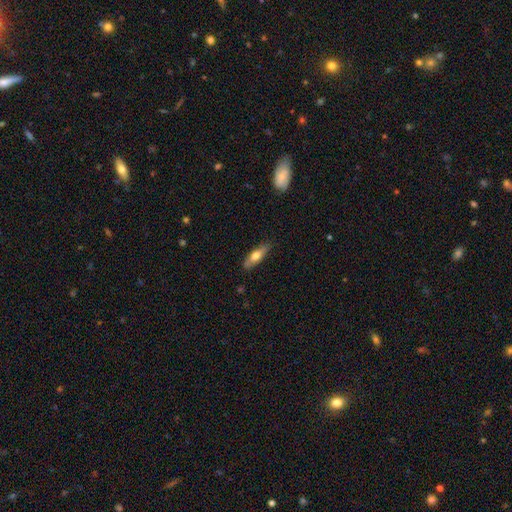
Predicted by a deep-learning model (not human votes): smooth_or_featured: smooth (p=0.60) [alt: featured or disk p=0.34]
how_rounded: cigar-shaped (p=0.54) [alt: in between p=0.43]
merging: none (p=0.83) [alt: minor disturbance p=0.14]